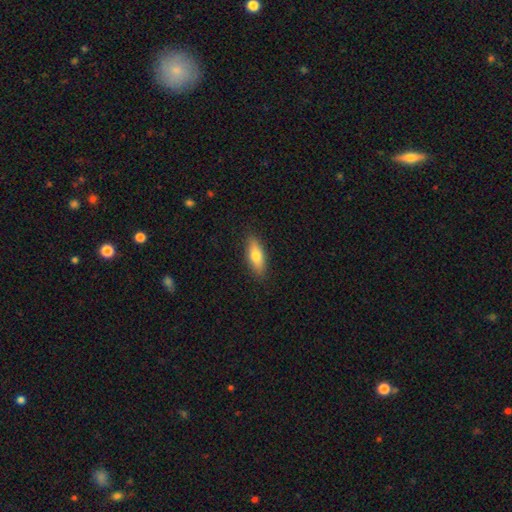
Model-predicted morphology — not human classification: This appears to be a smooth galaxy with no disk features (71%) that is in between round and cigar-shaped (63%). Merging: none (88%).